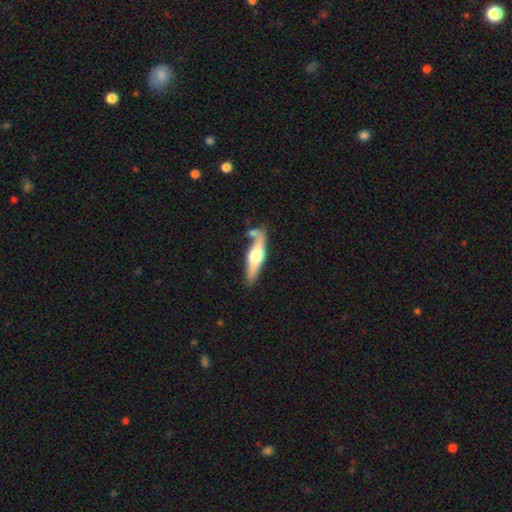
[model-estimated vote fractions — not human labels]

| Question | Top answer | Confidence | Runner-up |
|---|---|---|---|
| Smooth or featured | featured or disk | 57% | smooth (38%) |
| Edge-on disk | yes | 91% | no (9%) |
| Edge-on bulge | rounded | 93% | boxy (5%) |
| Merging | none | 64% | minor disturbance (16%) |